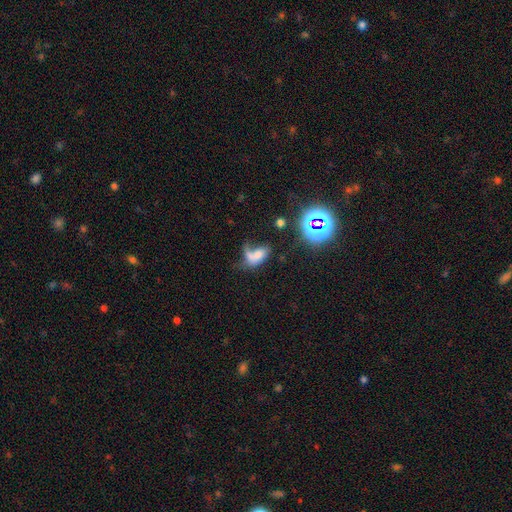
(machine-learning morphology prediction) smooth 56%, featured or disk 26%, star or artifact 19%. Down the decision tree: how rounded — in between (82%); merging — merger (35%).